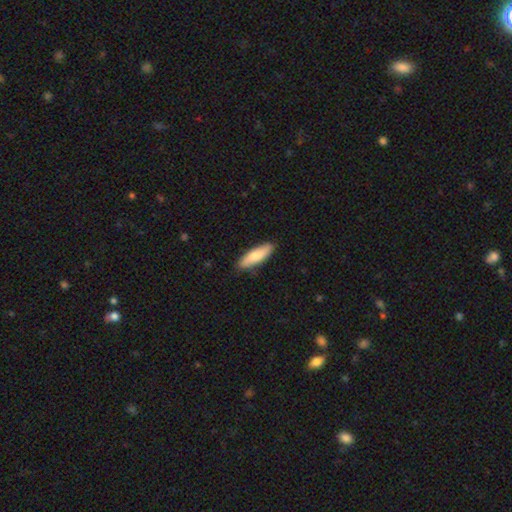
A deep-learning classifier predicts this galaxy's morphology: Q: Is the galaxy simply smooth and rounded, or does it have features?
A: smooth — 79%.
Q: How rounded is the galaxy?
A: cigar-shaped — 52%.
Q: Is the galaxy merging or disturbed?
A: none — 86%.